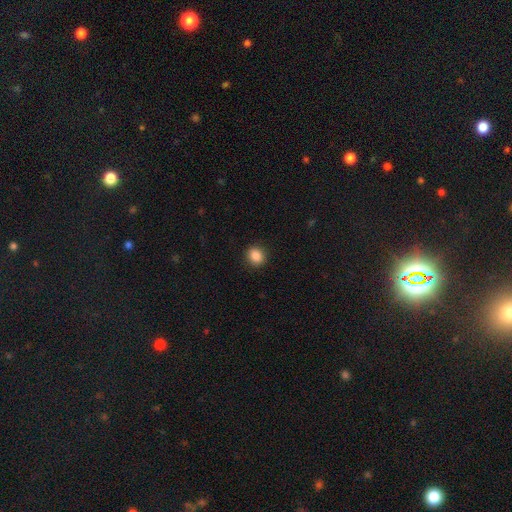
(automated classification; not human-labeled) This appears to be a smooth galaxy with no disk features (87%) that is round (73%). Merging: none (91%).